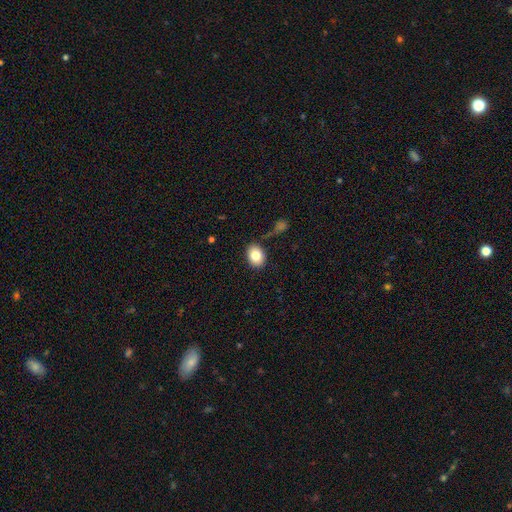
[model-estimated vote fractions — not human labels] Q: Smooth or featured?
A: smooth (82%); runner-up: featured or disk (9%)
Q: How rounded?
A: in between (67%); runner-up: round (32%)
Q: Merging?
A: none (83%); runner-up: minor disturbance (11%)